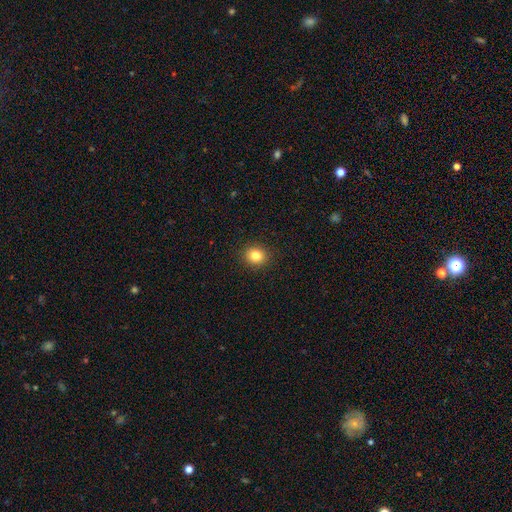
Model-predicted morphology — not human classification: type=smooth (83%); roundness=round (79%); merging=none (91%).